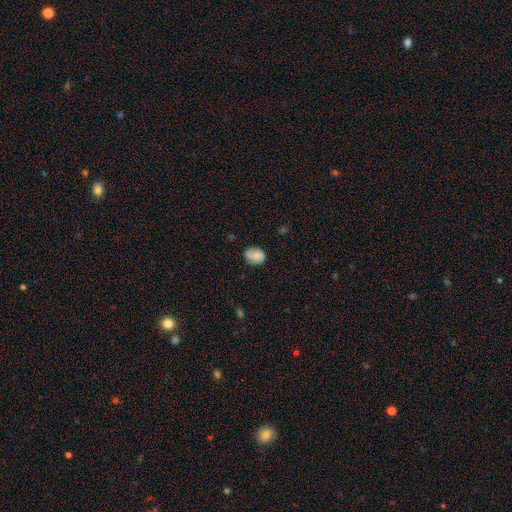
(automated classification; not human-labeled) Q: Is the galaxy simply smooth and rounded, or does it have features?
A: smooth — 67%.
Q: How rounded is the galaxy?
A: in between — 55%.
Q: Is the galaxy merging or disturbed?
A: none — 65%.